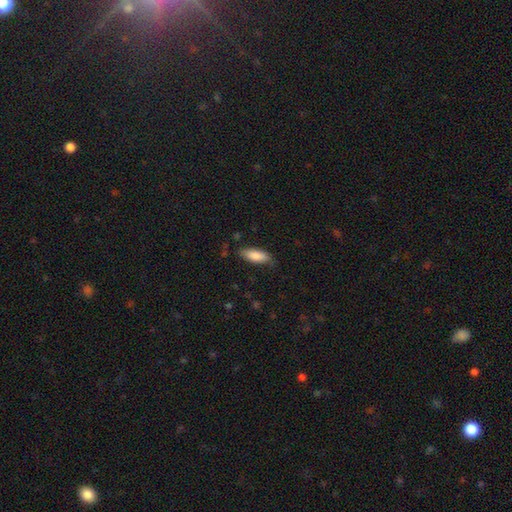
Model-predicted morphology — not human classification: Overall: smooth (84%). How rounded: in between (68%; cigar-shaped 31%). Merging: none (78%).